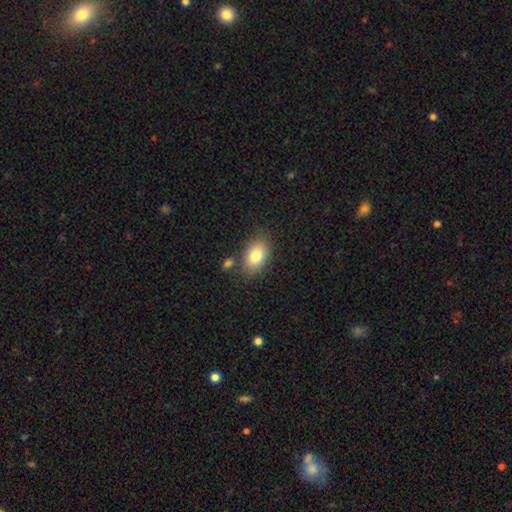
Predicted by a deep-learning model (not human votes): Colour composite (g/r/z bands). It shows a smooth galaxy with no disk features (80%) that is in between round and cigar-shaped (88%). Merging: none (75%).